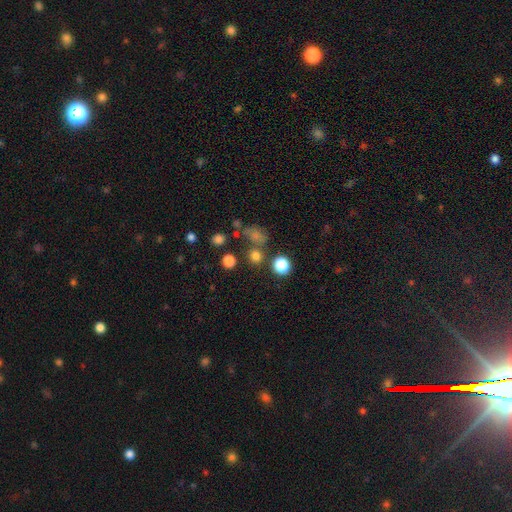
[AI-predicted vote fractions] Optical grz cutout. It shows a smooth galaxy with no disk features (74%) that is round (86%). Merging: none (73%).